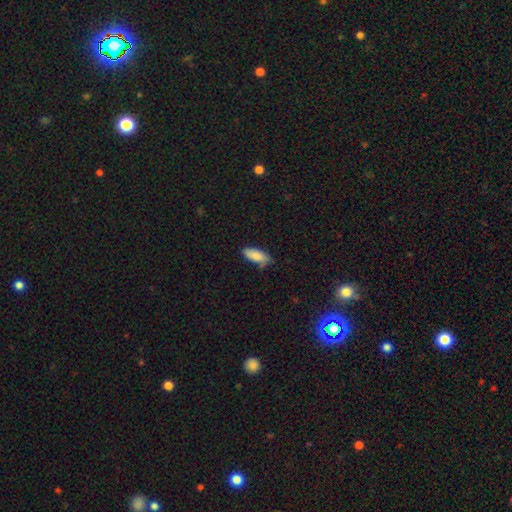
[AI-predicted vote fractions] The model was most divided on "merging": none: 66%, minor disturbance: 26%, major disturbance: 5%, merger: 3%. More confident: smooth or featured — smooth (85%); how rounded — in between (78%).